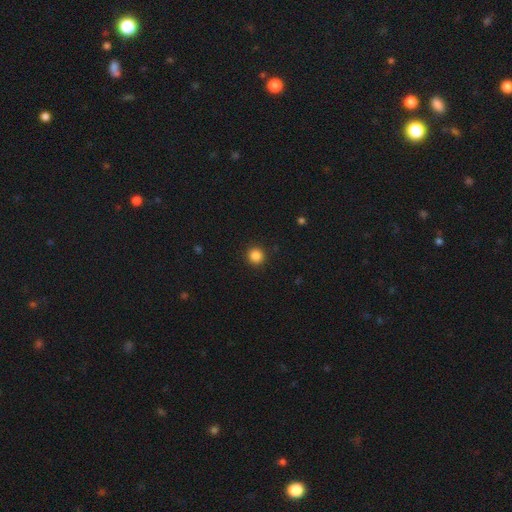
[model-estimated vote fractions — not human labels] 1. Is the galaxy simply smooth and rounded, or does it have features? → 85% smooth, 11% star or artifact, 3% featured or disk.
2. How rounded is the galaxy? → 95% round, 5% in between, 1% cigar-shaped.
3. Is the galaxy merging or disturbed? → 92% none, 5% minor disturbance, 2% major disturbance, 1% merger.